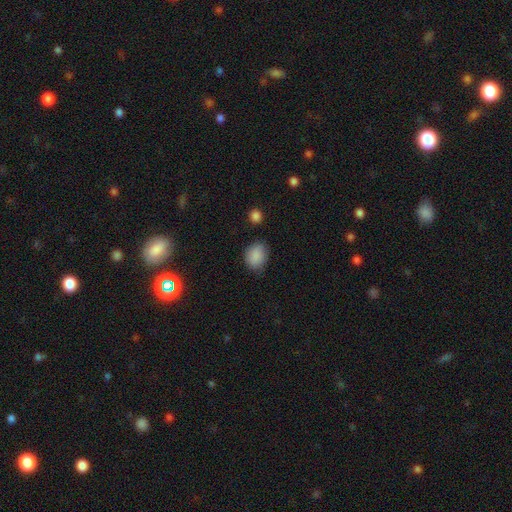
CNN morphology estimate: Smooth or featured? smooth (87%)
How rounded? in between (59%)
Merging? none (73%)